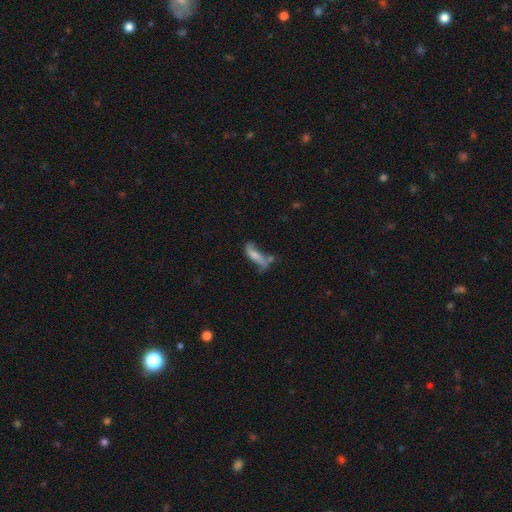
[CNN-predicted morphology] smooth 47%, featured or disk 44%, star or artifact 9%. Down the decision tree: merging — none (38%).